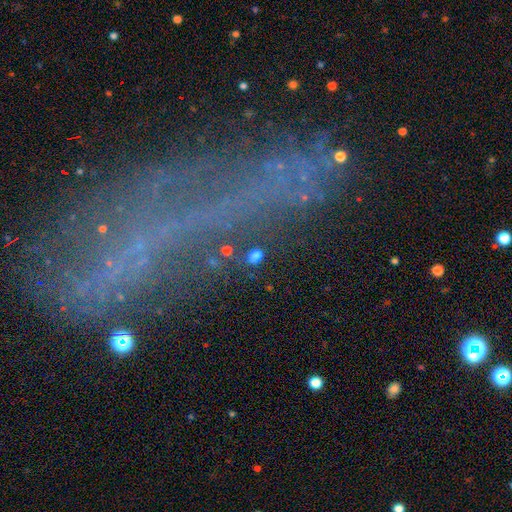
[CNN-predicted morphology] Smooth or featured?
  - smooth: 72% *
  - star or artifact: 21%
  - featured or disk: 7%
How rounded?
  - in between: 50% *
  - round: 47%
  - cigar-shaped: 3%
Merging?
  - none: 81% *
  - minor disturbance: 10%
  - merger: 5%
  - major disturbance: 5%